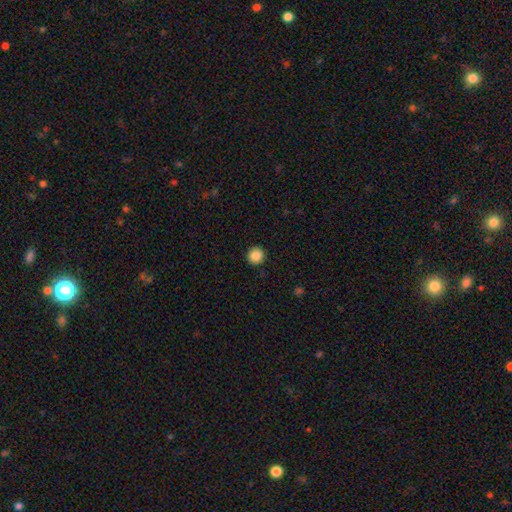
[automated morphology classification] This appears to be a smooth galaxy with no disk features (87%) that is round (93%). Merging: none (93%).